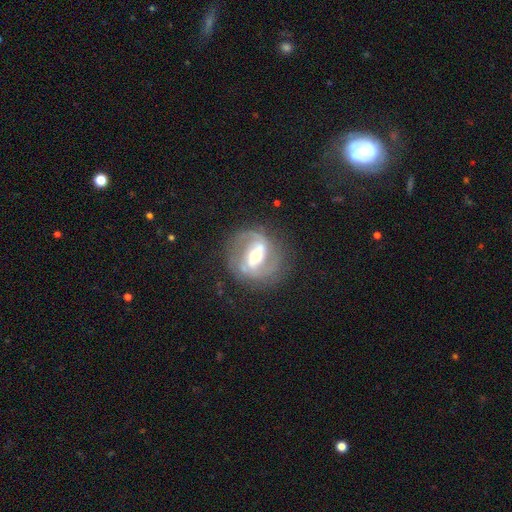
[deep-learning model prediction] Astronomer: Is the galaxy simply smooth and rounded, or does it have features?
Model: featured or disk — 84%.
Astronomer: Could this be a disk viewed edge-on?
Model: no — 97%.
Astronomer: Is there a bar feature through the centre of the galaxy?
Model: strong — 49% (runner-up: weak, 35%).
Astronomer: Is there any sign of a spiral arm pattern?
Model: yes — 91%.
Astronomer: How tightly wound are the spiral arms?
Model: medium — 49% (runner-up: tight, 31%).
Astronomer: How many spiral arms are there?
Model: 2 — 84%.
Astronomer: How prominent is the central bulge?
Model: moderate — 66%.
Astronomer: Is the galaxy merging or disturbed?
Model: none — 75%.